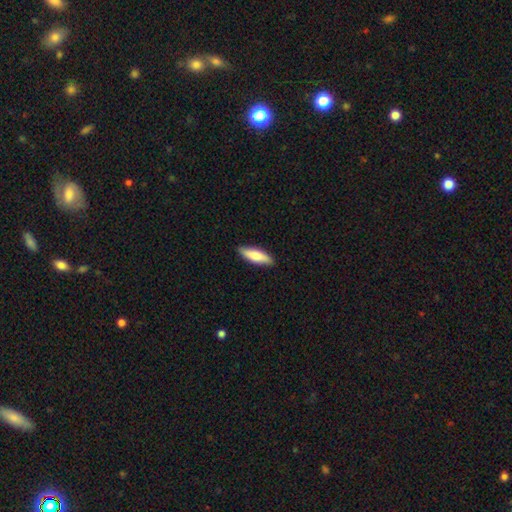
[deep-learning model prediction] smooth-or-featured: smooth: 77% | featured or disk: 18% | star or artifact: 5%
  how-rounded: cigar-shaped: 53% | in between: 45% | round: 2%
  merging: none: 89% | minor disturbance: 9% | major disturbance: 2% | merger: 1%